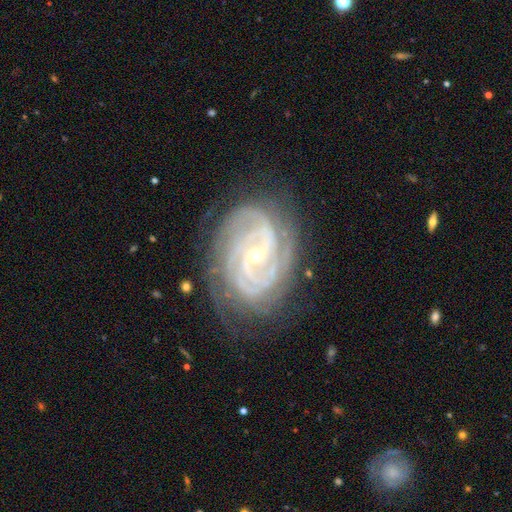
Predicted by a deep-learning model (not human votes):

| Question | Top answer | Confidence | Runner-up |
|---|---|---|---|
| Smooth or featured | featured or disk | 91% | star or artifact (5%) |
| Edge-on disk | no | 97% | yes (3%) |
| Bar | weak | 41% | no (38%) |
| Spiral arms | yes | 98% | no (2%) |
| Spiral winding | tight | 70% | medium (26%) |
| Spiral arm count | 2 | 32% | 3 (24%) |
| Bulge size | small | 73% | moderate (24%) |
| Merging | none | 76% | minor disturbance (16%) |